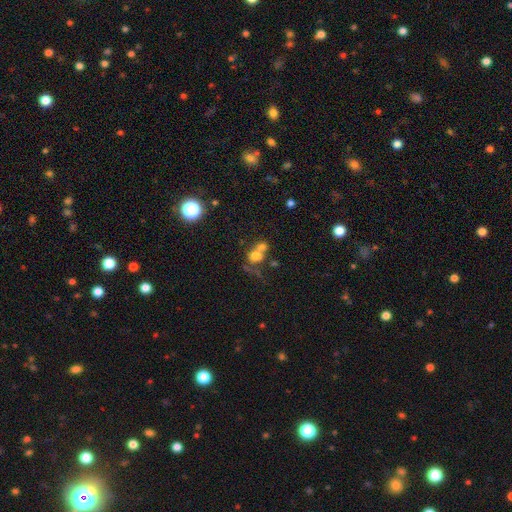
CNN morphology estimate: smooth-or-featured: smooth: 65% | featured or disk: 19% | star or artifact: 16%
  how-rounded: round: 58% | in between: 40% | cigar-shaped: 2%
  merging: merger: 61% | none: 24% | major disturbance: 8% | minor disturbance: 7%